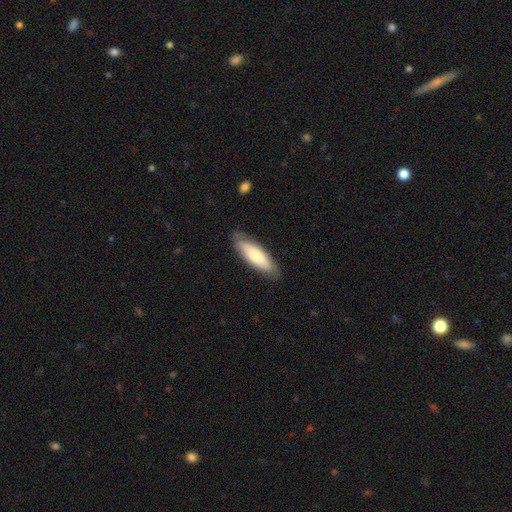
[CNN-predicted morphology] Smooth or featured? smooth (68%)
How rounded? in between (52%)
Merging? none (82%)